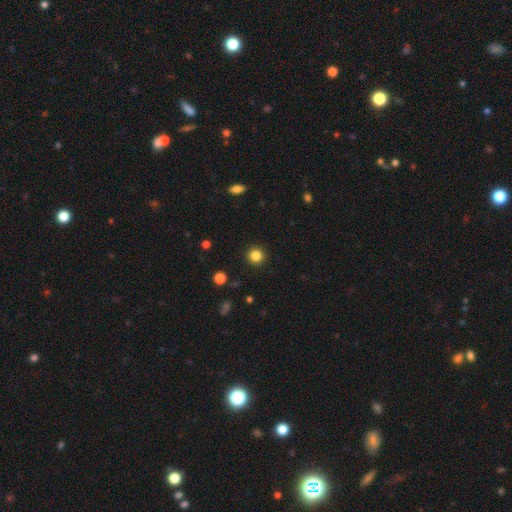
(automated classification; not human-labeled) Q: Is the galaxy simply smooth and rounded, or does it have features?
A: smooth — 84%.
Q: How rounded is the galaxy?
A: round — 95%.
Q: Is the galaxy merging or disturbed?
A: none — 92%.